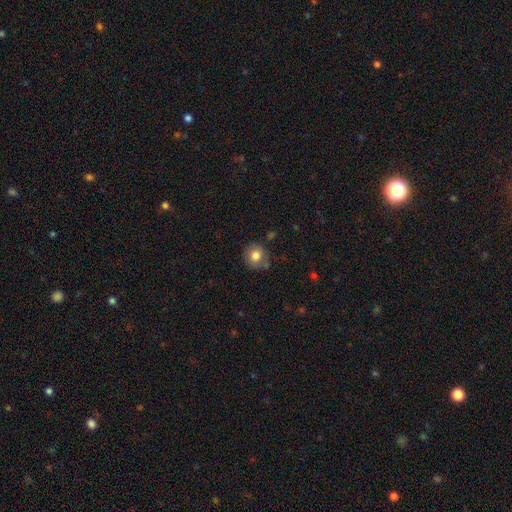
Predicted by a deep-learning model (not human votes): Overall: smooth (79%). How rounded: round (87%). Merging: none (78%).